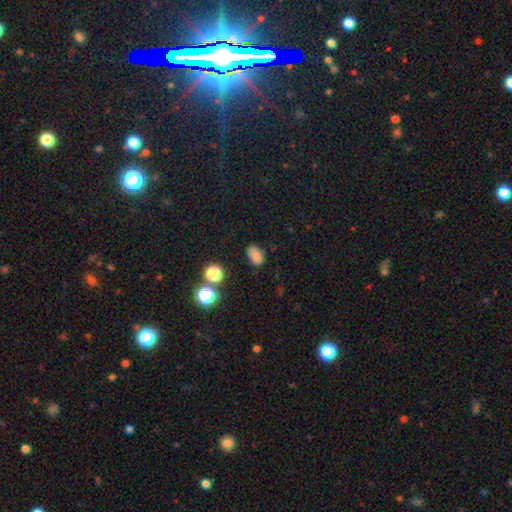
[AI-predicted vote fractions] Smooth or featured? Predicted: smooth (p=0.78). How rounded? Predicted: in between (p=0.86). Merging? Predicted: none (p=0.73).